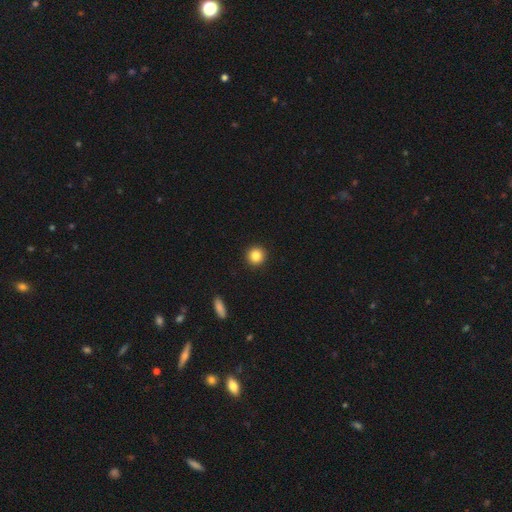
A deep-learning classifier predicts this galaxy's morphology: Overall: smooth (85%). How rounded: round (94%). Merging: none (93%).